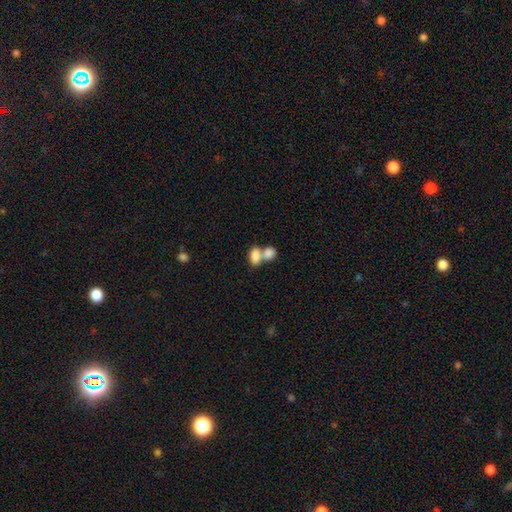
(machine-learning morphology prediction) smooth 82%, featured or disk 11%, star or artifact 8%. Down the decision tree: how rounded — in between (84%); merging — merger (66%).